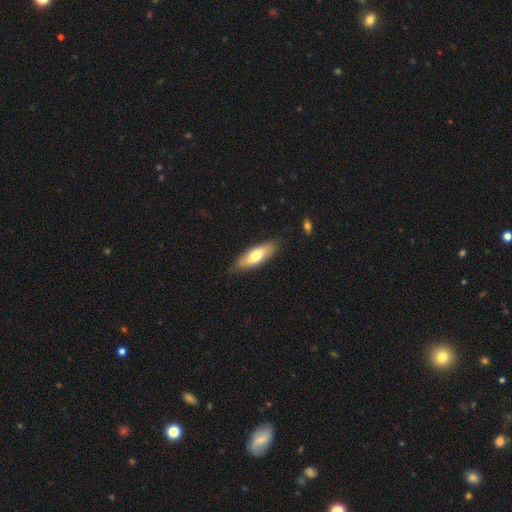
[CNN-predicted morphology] smooth-or-featured: smooth: 68% | featured or disk: 27% | star or artifact: 5%
  how-rounded: in between: 58% | cigar-shaped: 40% | round: 2%
  merging: none: 83% | minor disturbance: 13% | major disturbance: 2% | merger: 1%